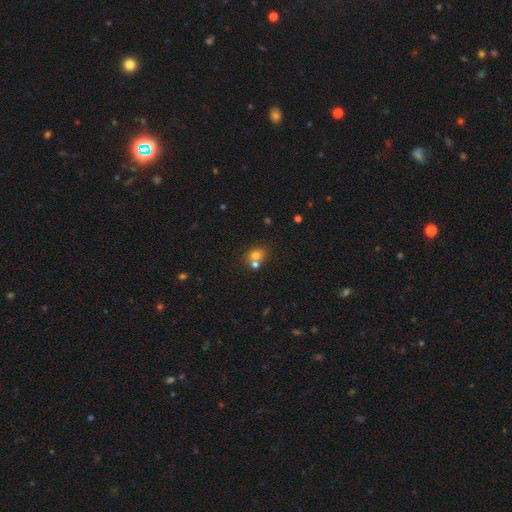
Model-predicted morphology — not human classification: This is likely a smooth galaxy (72%). How rounded: likely round (66%). Merging: possibly none (49%).